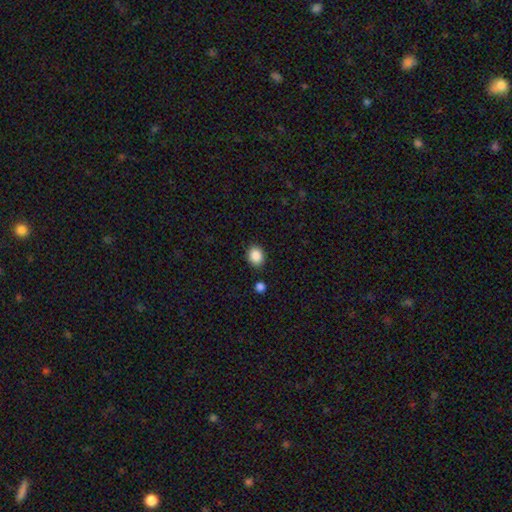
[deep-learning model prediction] The model was most divided on "how rounded": round: 50%, in between: 49%, cigar-shaped: 1%. More confident: smooth or featured — smooth (88%); merging — none (85%).